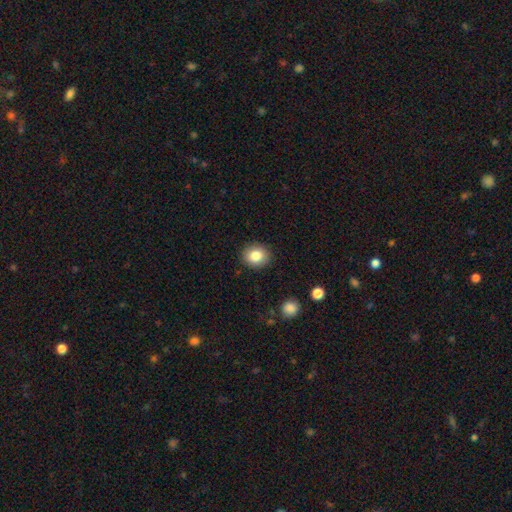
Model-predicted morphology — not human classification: Q: Smooth or featured?
A: smooth (84%); runner-up: star or artifact (9%)
Q: How rounded?
A: round (66%); runner-up: in between (33%)
Q: Merging?
A: none (89%); runner-up: minor disturbance (7%)